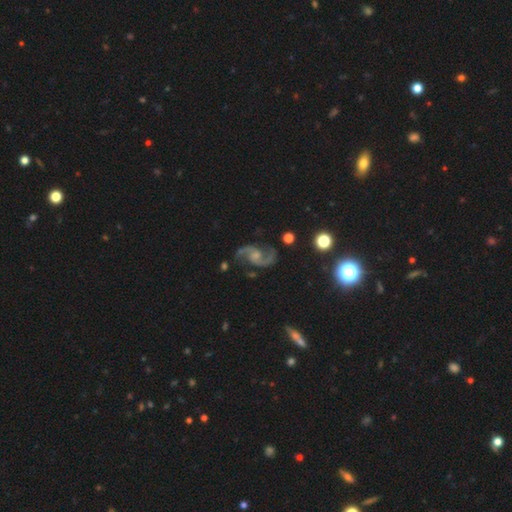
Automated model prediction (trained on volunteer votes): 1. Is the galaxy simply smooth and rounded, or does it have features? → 91% featured or disk, 5% star or artifact, 4% smooth.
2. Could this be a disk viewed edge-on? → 98% no, 2% yes.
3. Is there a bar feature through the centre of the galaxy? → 56% no, 37% weak, 7% strong.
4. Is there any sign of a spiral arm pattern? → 98% yes, 2% no.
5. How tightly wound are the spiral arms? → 48% loose, 44% medium, 7% tight.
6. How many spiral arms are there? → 94% 2, 1% can't tell, 1% 1, 1% 3, 1% 4, 1% more than 4.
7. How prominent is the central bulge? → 39% small, 33% moderate, 22% none, 5% large, 1% dominant.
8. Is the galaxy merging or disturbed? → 77% none, 14% minor disturbance, 6% major disturbance, 2% merger.